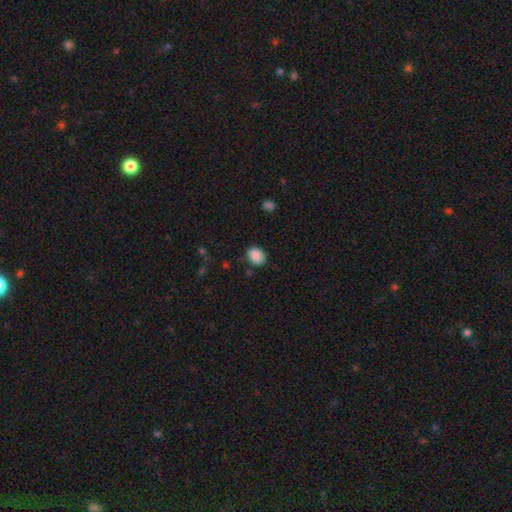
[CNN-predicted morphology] A smooth galaxy with no disk features (88%) that is in between round and cigar-shaped (57%). Merging: none (83%).